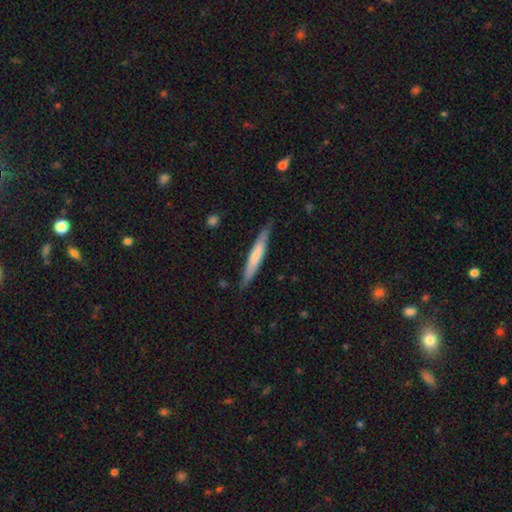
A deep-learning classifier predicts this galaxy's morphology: Smooth or featured?
  - smooth: 60% *
  - featured or disk: 35%
  - star or artifact: 5%
How rounded?
  - cigar-shaped: 94% *
  - in between: 5%
  - round: 1%
Merging?
  - none: 83% *
  - minor disturbance: 13%
  - major disturbance: 2%
  - merger: 1%